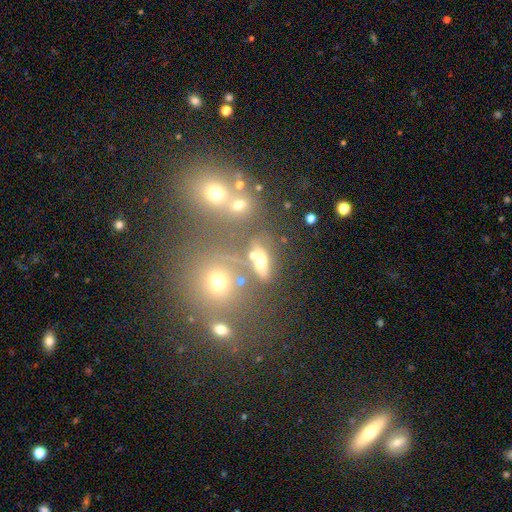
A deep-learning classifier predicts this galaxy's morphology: smooth-or-featured: smooth: 54% | star or artifact: 25% | featured or disk: 20%
  how-rounded: in between: 53% | round: 29% | cigar-shaped: 18%
  merging: none: 59% | merger: 21% | minor disturbance: 12% | major disturbance: 8%